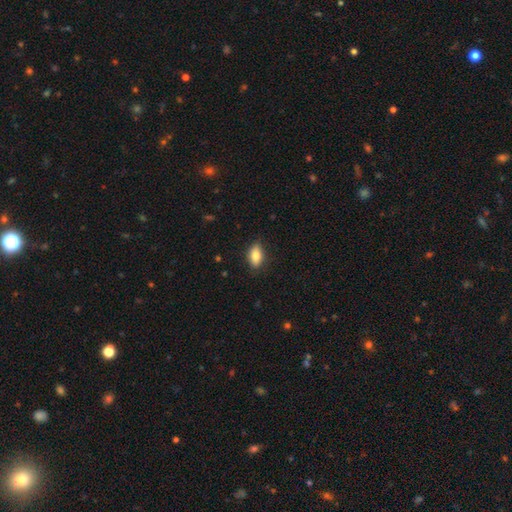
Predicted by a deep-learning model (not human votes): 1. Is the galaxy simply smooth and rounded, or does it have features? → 82% smooth, 11% featured or disk, 7% star or artifact.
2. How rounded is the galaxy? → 88% in between, 7% cigar-shaped, 5% round.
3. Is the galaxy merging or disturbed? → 83% none, 14% minor disturbance, 2% major disturbance, 1% merger.